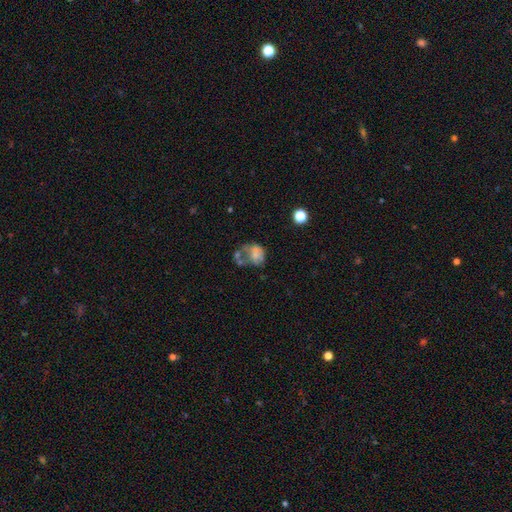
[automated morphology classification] smooth 44%, featured or disk 40%, star or artifact 16%. Down the decision tree: merging — major disturbance (32%).